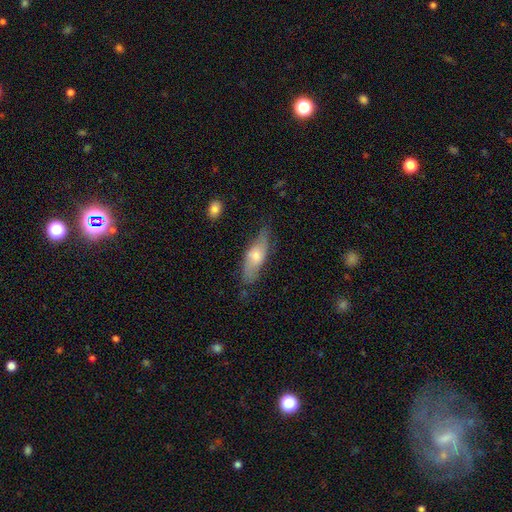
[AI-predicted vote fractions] Smooth or featured: smooth — 55% (featured or disk — 38%)
How rounded: in between — 56% (cigar-shaped — 41%)
Merging: none — 70% (minor disturbance — 23%)